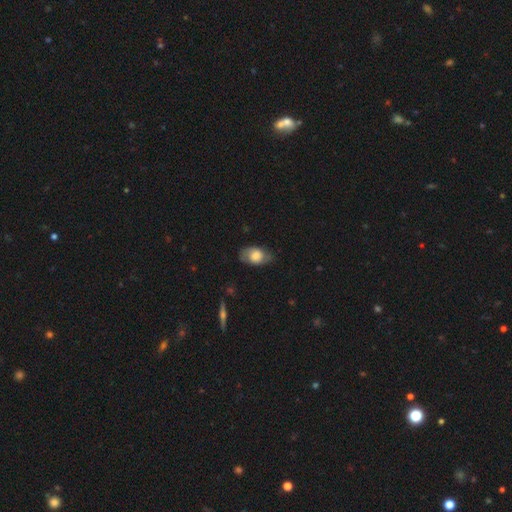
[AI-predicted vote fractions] A smooth galaxy with no disk features (59%) that is in between round and cigar-shaped (84%).

Vote fractions:
- Smooth or featured? smooth: 59% / featured or disk: 34% / star or artifact: 7%
- How rounded? in between: 84% / round: 14% / cigar-shaped: 2%
- Merging? none: 65% / minor disturbance: 25% / major disturbance: 8% / merger: 1%